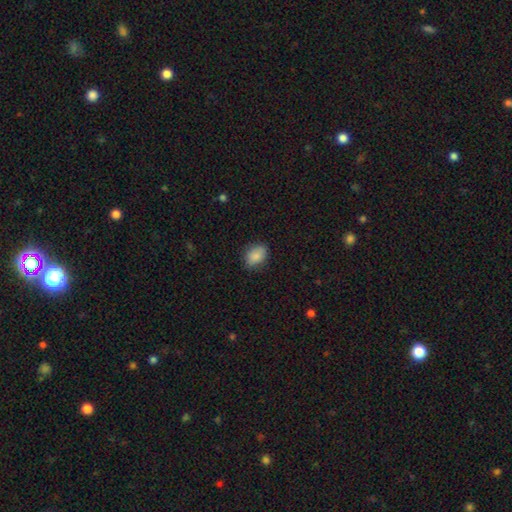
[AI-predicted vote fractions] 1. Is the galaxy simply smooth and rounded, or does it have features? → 86% smooth, 8% star or artifact, 6% featured or disk.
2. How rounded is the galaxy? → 73% in between, 26% round, 1% cigar-shaped.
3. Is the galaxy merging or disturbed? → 79% none, 17% minor disturbance, 3% major disturbance, 1% merger.